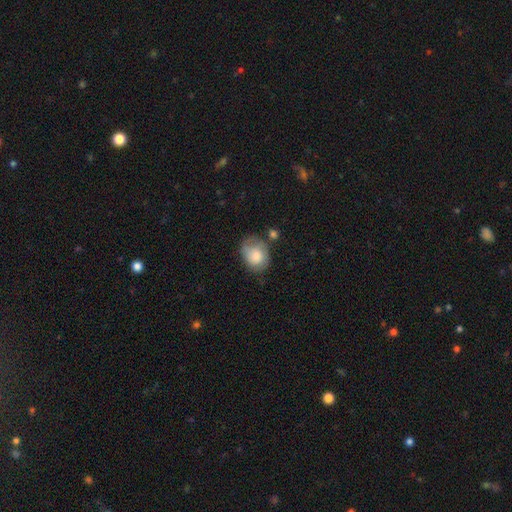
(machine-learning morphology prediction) A smooth galaxy with no disk features (71%) that is in between round and cigar-shaped (58%).

Vote fractions:
- Smooth or featured? smooth: 71% / featured or disk: 21% / star or artifact: 7%
- How rounded? in between: 58% / round: 41% / cigar-shaped: 1%
- Merging? none: 50% / minor disturbance: 30% / major disturbance: 12% / merger: 8%